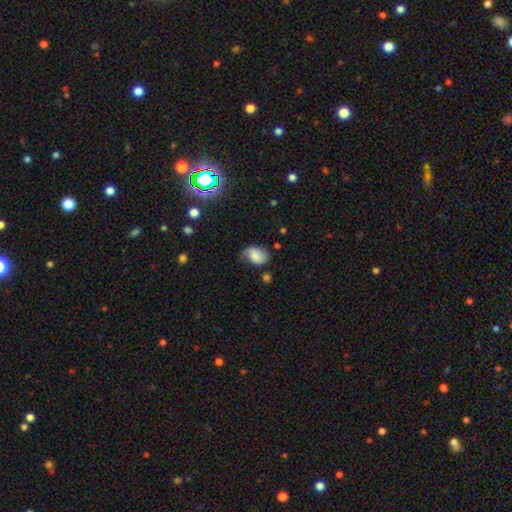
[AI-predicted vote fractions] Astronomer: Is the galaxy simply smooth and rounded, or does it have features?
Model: smooth — 73%.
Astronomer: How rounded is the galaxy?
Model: in between — 82%.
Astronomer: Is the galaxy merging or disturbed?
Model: none — 49% (runner-up: minor disturbance, 36%).